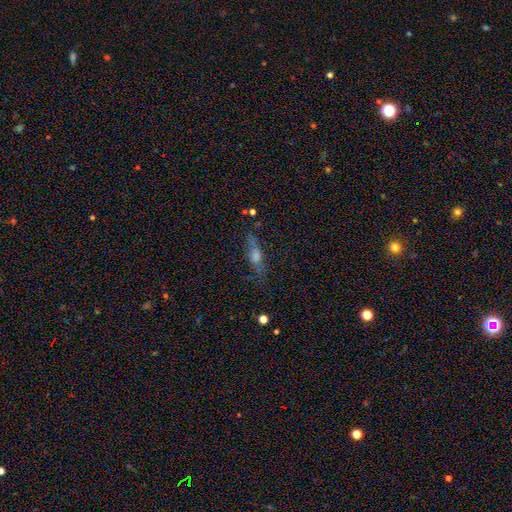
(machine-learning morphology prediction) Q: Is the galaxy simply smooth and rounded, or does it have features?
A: featured or disk — 53%.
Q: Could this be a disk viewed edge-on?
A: yes — 86%.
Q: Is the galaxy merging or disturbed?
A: none — 77%.